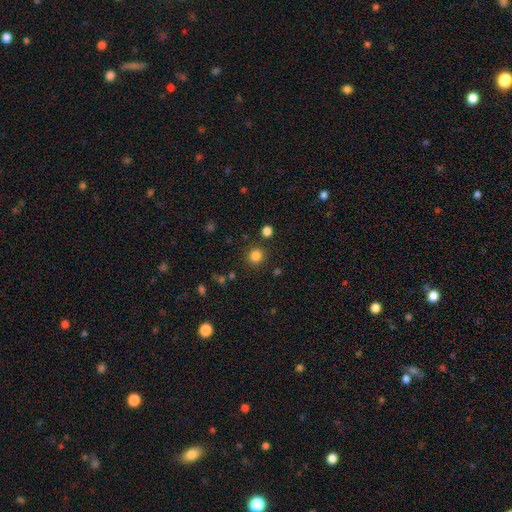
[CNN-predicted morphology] smooth_or_featured: smooth (p=0.83) [alt: star or artifact p=0.13]
how_rounded: round (p=0.92) [alt: in between p=0.07]
merging: none (p=0.89) [alt: minor disturbance p=0.06]